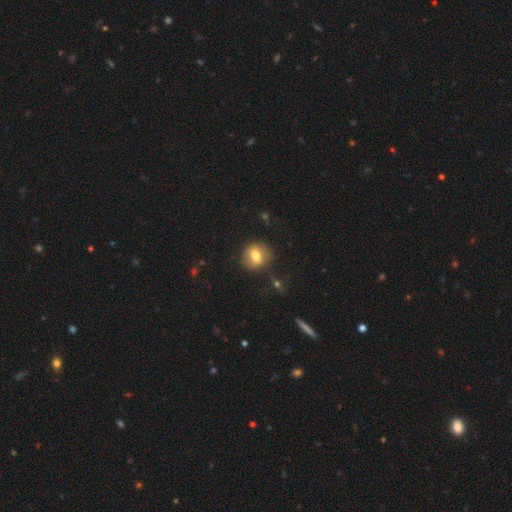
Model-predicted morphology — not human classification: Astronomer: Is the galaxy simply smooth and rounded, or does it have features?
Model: smooth — 66%.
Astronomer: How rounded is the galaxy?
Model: round — 59% (runner-up: in between, 39%).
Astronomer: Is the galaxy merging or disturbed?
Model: none — 80%.